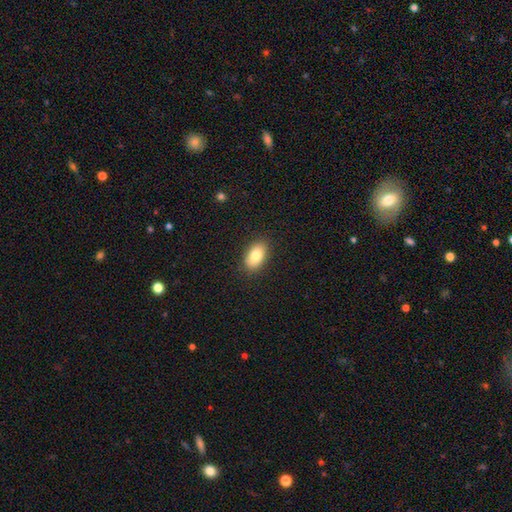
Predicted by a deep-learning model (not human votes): A smooth galaxy with no disk features (82%) that is in between round and cigar-shaped (91%).

Vote fractions:
- Smooth or featured? smooth: 82% / featured or disk: 10% / star or artifact: 7%
- How rounded? in between: 91% / round: 7% / cigar-shaped: 2%
- Merging? none: 87% / minor disturbance: 10% / major disturbance: 2% / merger: 1%